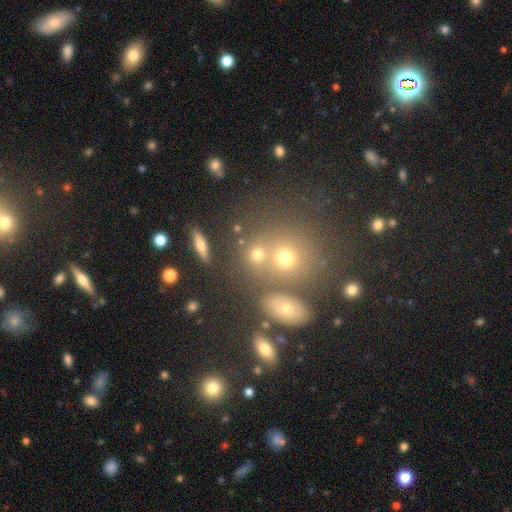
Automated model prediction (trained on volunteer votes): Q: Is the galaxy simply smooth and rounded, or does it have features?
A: smooth — 71%.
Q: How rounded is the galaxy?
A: round — 72%.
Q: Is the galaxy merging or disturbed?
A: none — 63%.